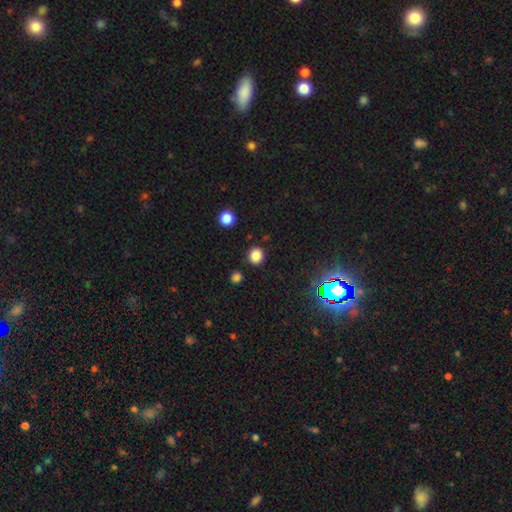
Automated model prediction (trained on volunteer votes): This is clearly a smooth galaxy (82%). How rounded: clearly round (88%). Merging: clearly none (89%).